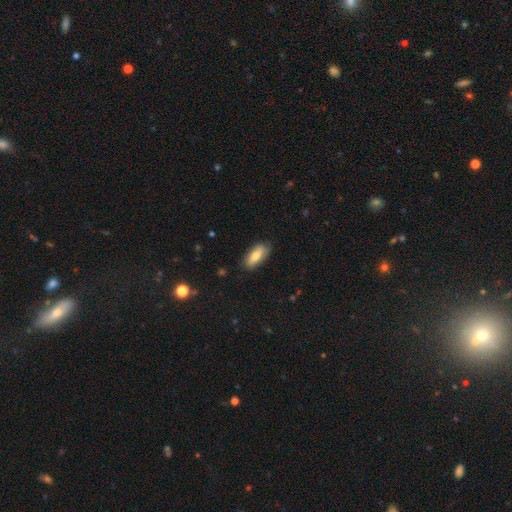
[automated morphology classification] Smooth or featured?
  - smooth: 74% *
  - featured or disk: 19%
  - star or artifact: 6%
How rounded?
  - in between: 76% *
  - cigar-shaped: 21%
  - round: 2%
Merging?
  - none: 83% *
  - minor disturbance: 14%
  - major disturbance: 3%
  - merger: 1%